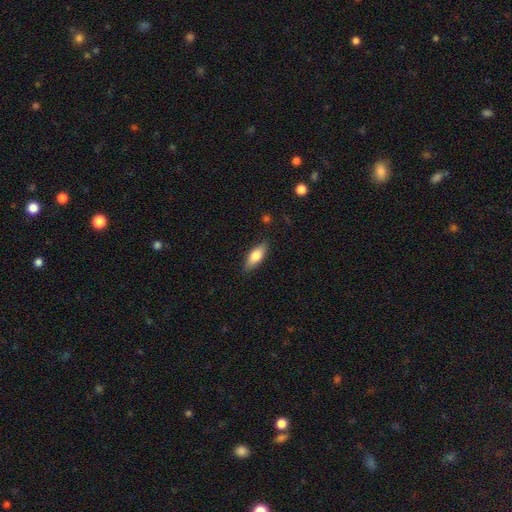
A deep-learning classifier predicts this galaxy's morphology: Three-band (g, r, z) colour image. It shows a smooth galaxy with no disk features (73%) that is in between round and cigar-shaped (72%). Merging: none (84%).